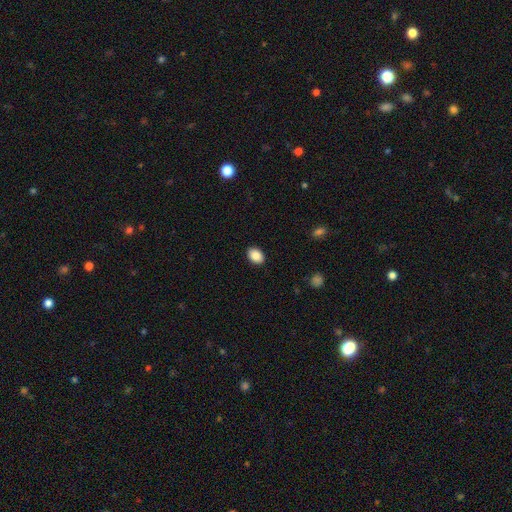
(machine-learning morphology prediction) Overall: smooth (88%). How rounded: in between (80%). Merging: none (90%).